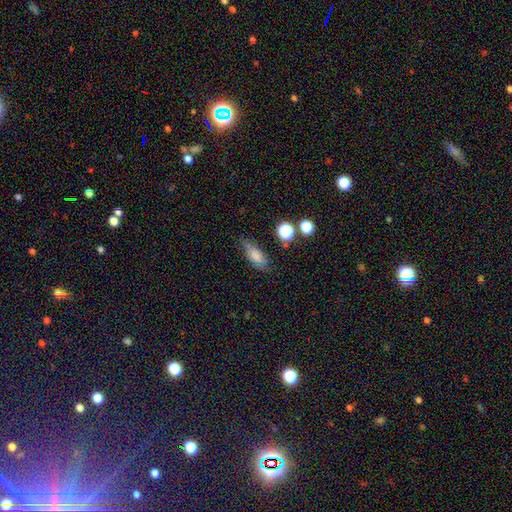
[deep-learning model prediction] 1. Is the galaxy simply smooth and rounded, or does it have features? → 77% smooth, 13% featured or disk, 10% star or artifact.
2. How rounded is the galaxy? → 72% in between, 23% cigar-shaped, 6% round.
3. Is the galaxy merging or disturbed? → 71% none, 21% minor disturbance, 6% major disturbance, 3% merger.